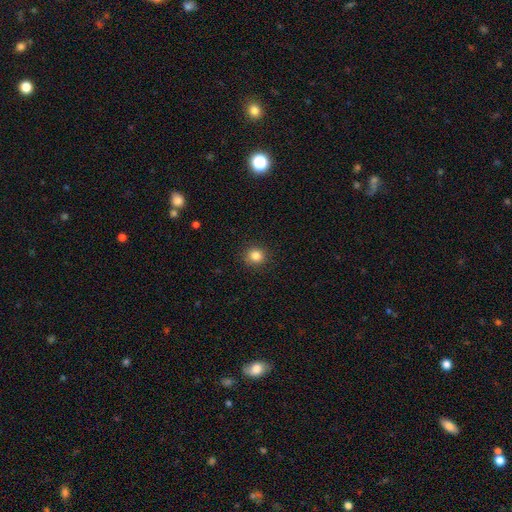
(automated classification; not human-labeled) smooth_or_featured: smooth (p=0.84) [alt: star or artifact p=0.12]
how_rounded: round (p=0.88) [alt: in between p=0.11]
merging: none (p=0.90) [alt: minor disturbance p=0.07]